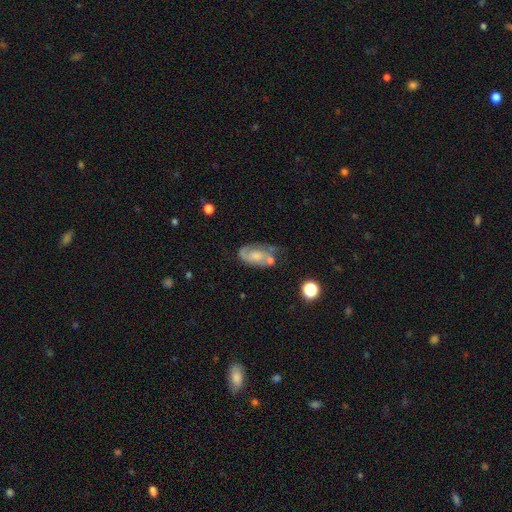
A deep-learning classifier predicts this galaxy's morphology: type=featured or disk (59%); edge-on=no (95%); bar=no (72%); spiral arms=yes (78%); bulge=moderate (36%); merging=none (40%).